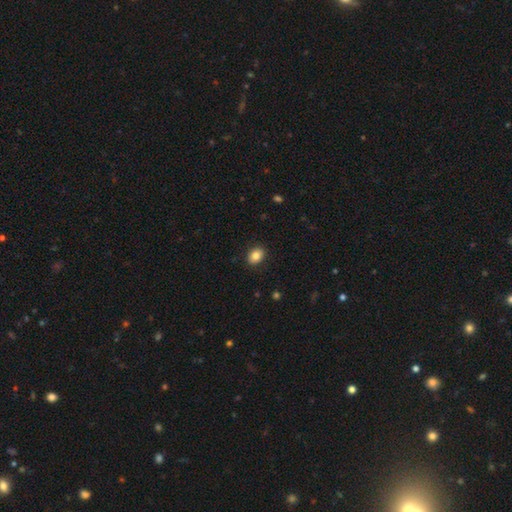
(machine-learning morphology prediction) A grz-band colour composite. It shows a smooth galaxy with no disk features (84%) that is in between round and cigar-shaped (69%). Merging: none (90%).